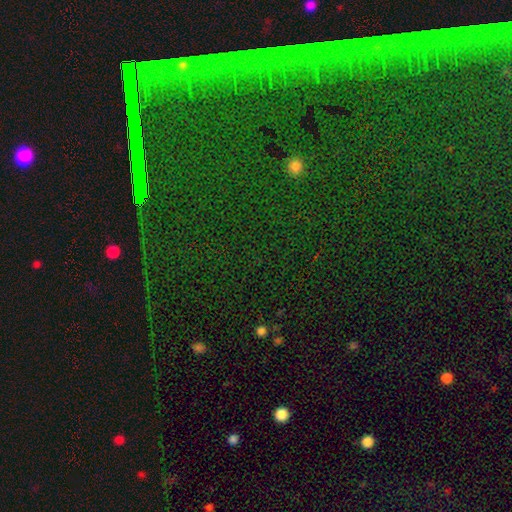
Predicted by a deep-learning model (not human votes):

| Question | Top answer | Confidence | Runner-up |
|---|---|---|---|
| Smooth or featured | star or artifact | 80% | featured or disk (10%) |